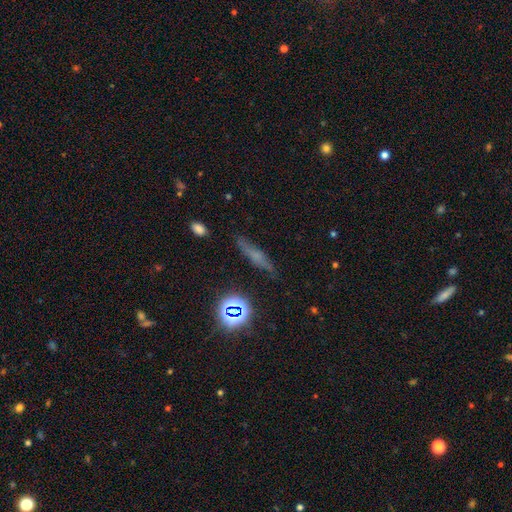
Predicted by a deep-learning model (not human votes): This appears to be a smooth galaxy with no disk features (49%). Merging: none (78%).